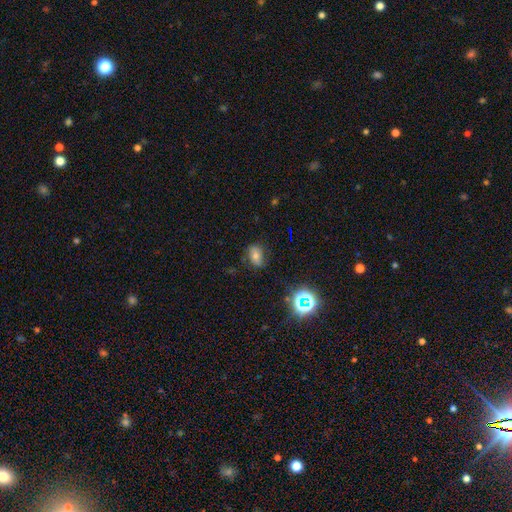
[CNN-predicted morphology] Q: Smooth or featured?
A: smooth (57%); runner-up: featured or disk (22%)
Q: How rounded?
A: in between (71%); runner-up: round (27%)
Q: Merging?
A: none (73%); runner-up: minor disturbance (19%)